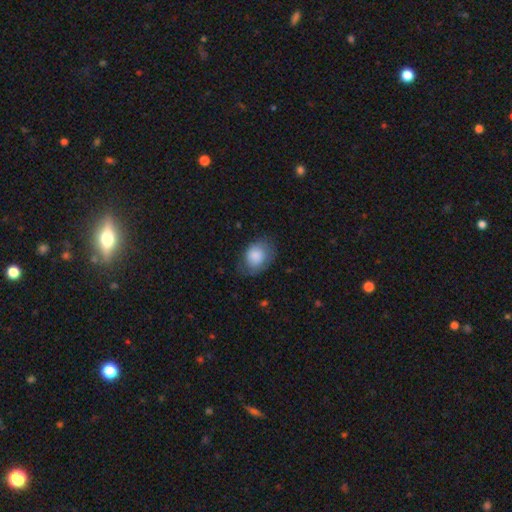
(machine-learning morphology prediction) smooth-or-featured: smooth: 83% | featured or disk: 10% | star or artifact: 7%
  how-rounded: in between: 67% | round: 32% | cigar-shaped: 1%
  merging: none: 63% | minor disturbance: 26% | major disturbance: 10% | merger: 1%